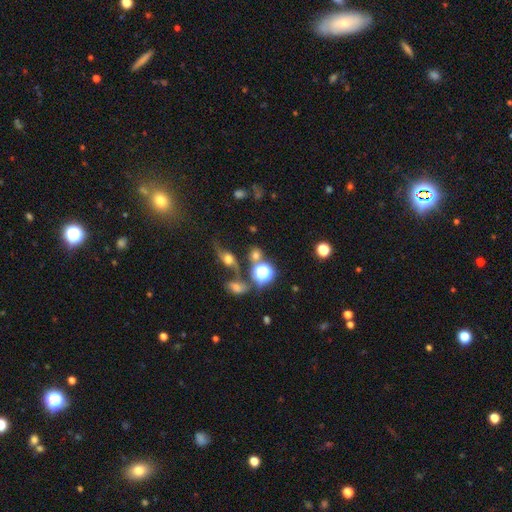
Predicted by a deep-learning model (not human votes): This appears to be a smooth galaxy with no disk features (53%) that is round (72%). Merging: none (57%).